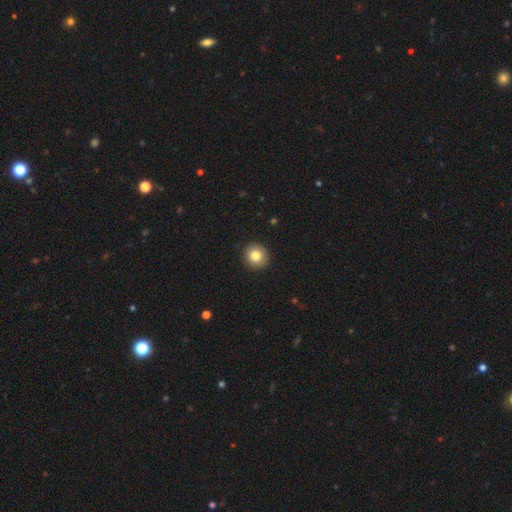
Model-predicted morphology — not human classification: Q: Smooth or featured?
A: smooth (82%); runner-up: star or artifact (10%)
Q: How rounded?
A: round (90%); runner-up: in between (9%)
Q: Merging?
A: none (91%); runner-up: minor disturbance (6%)